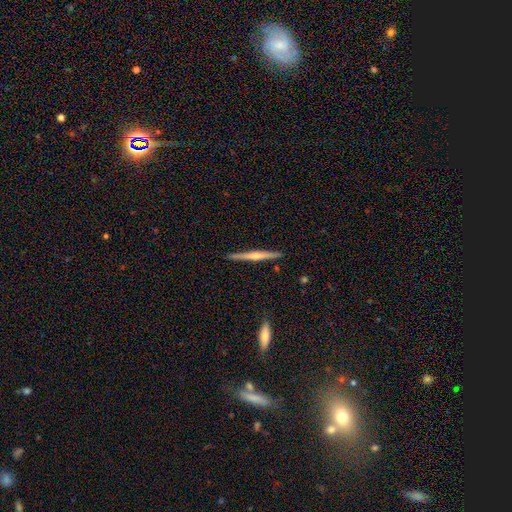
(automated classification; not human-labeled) Morphology: type=featured or disk (67%); edge-on=yes (97%); edge-on bulge=rounded (71%); merging=none (88%).